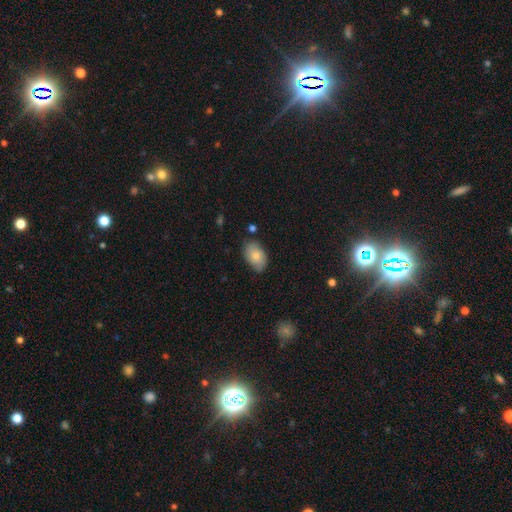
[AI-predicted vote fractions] Morphology: type=smooth (78%); roundness=in between (90%); merging=none (74%).